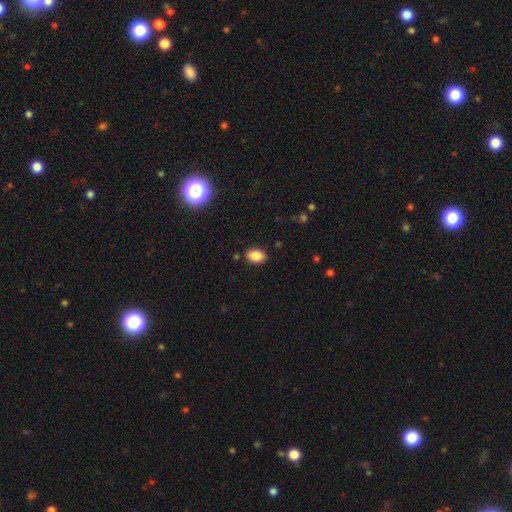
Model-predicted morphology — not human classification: Smooth or featured? smooth (86%)
How rounded? in between (84%)
Merging? none (86%)